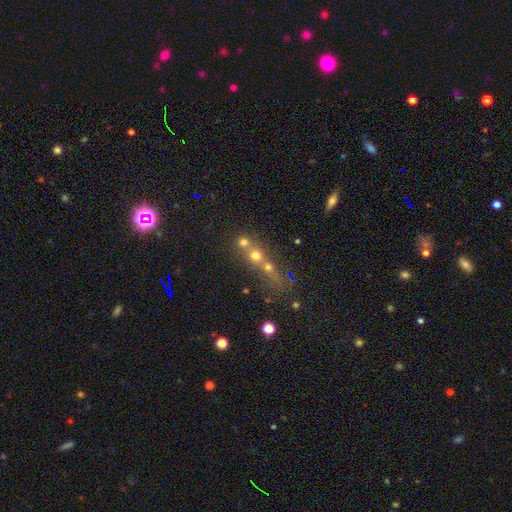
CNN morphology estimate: Smooth or featured? smooth (52%)
How rounded? round (76%)
Merging? merger (56%)